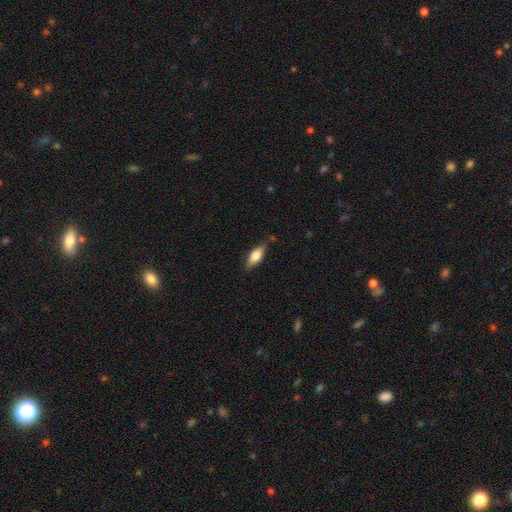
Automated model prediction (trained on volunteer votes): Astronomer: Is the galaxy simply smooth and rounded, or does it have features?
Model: smooth — 73%.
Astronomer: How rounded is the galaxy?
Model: in between — 76%.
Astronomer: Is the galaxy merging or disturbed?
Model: none — 76%.